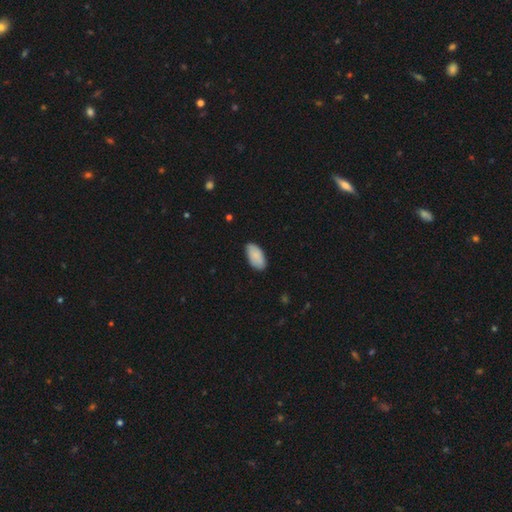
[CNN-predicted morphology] smooth-or-featured: smooth: 86% | featured or disk: 8% | star or artifact: 6%
  how-rounded: in between: 95% | cigar-shaped: 3% | round: 2%
  merging: none: 84% | minor disturbance: 13% | major disturbance: 2% | merger: 1%